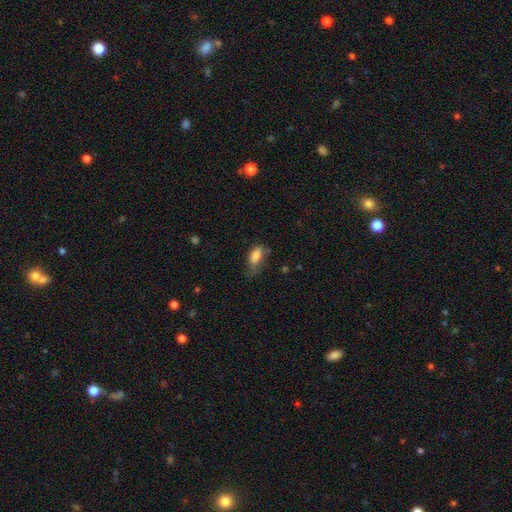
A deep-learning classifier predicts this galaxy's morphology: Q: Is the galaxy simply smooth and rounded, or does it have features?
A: smooth — 79%.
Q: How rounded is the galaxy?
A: in between — 87%.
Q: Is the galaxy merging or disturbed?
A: minor disturbance — 36%.